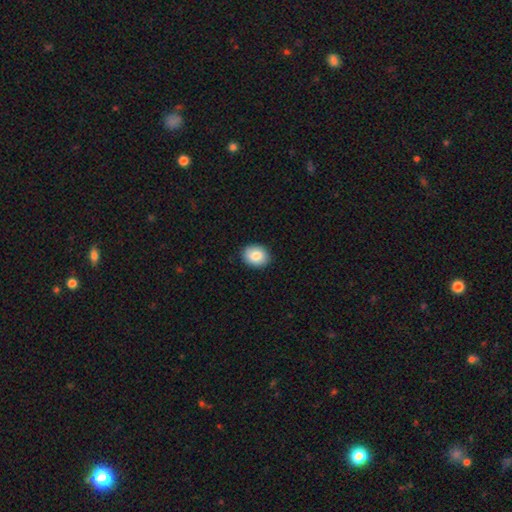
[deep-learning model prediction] smooth_or_featured: smooth (p=0.85) [alt: featured or disk p=0.08]
how_rounded: in between (p=0.58) [alt: round p=0.41]
merging: none (p=0.90) [alt: minor disturbance p=0.08]